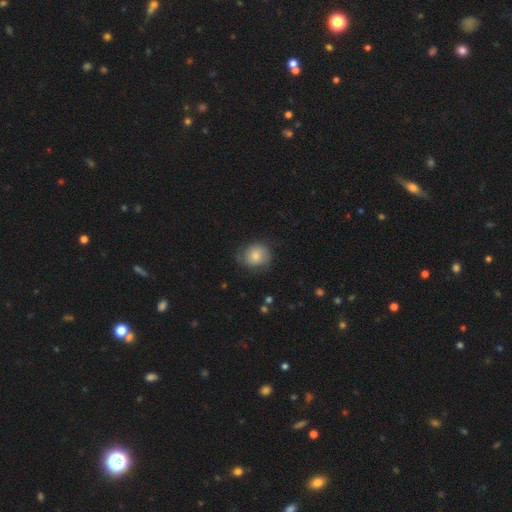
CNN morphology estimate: type=smooth (73%); roundness=round (73%); merging=none (65%).